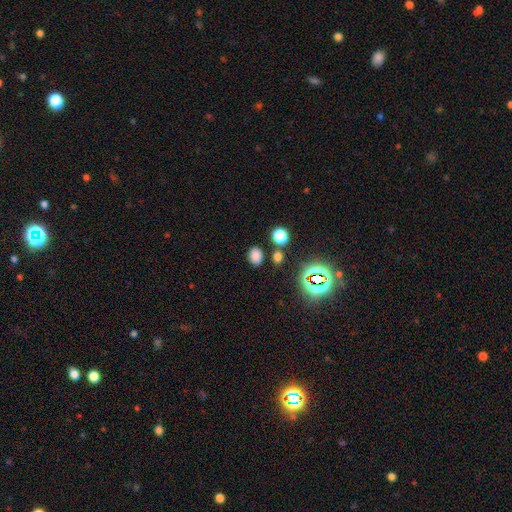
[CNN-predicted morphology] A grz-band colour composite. It shows a smooth galaxy with no disk features (75%) that is in between round and cigar-shaped (65%). Merging: none (81%).